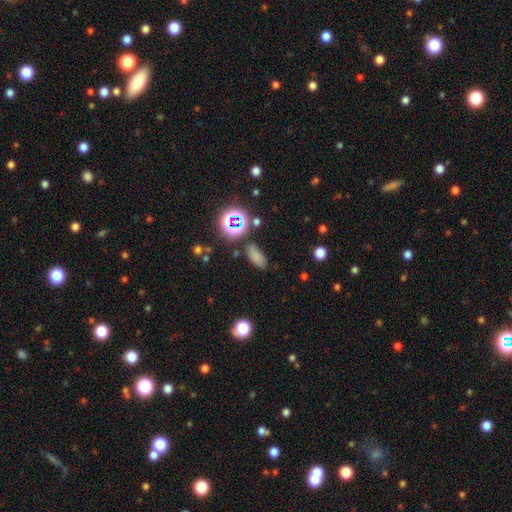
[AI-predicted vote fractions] The model was most divided on "smooth or featured": smooth: 74%, star or artifact: 19%, featured or disk: 7%. More confident: how rounded — in between (81%); merging — none (80%).